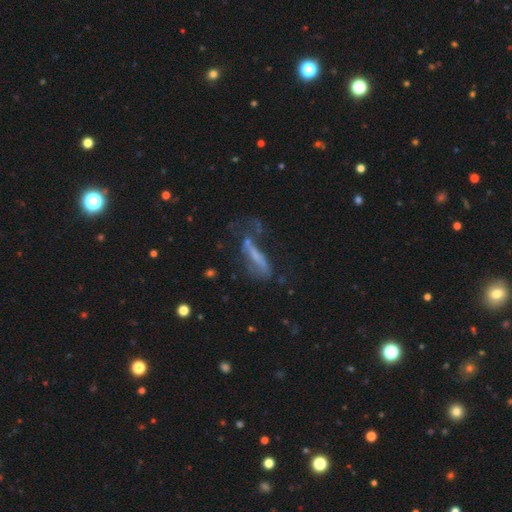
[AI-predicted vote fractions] This is marginally a featured or disk galaxy (44%). Merging: marginally major disturbance (35%).